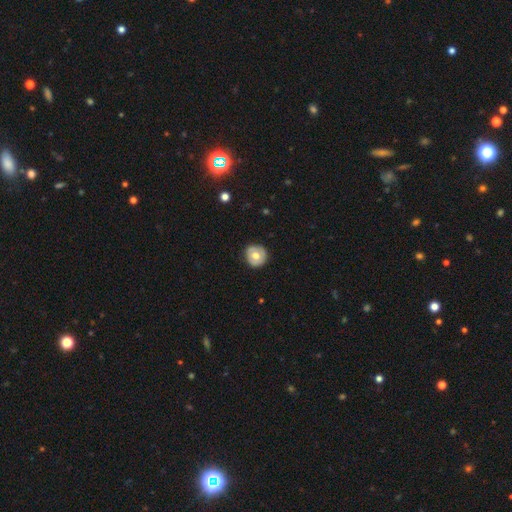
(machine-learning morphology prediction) smooth-or-featured: smooth: 61% | featured or disk: 32% | star or artifact: 7%
  how-rounded: round: 92% | in between: 7% | cigar-shaped: 1%
  merging: none: 86% | minor disturbance: 11% | major disturbance: 2% | merger: 1%